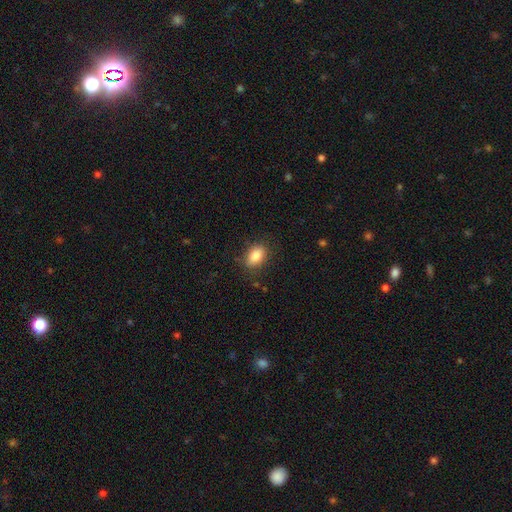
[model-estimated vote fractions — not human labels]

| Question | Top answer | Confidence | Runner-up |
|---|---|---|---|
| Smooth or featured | smooth | 85% | star or artifact (8%) |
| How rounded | in between | 83% | round (16%) |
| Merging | none | 81% | minor disturbance (14%) |